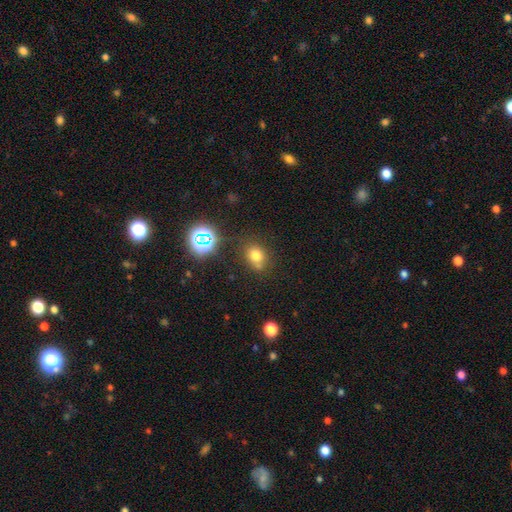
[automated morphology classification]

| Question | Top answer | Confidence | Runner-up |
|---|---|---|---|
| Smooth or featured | smooth | 70% | star or artifact (20%) |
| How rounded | round | 50% | in between (48%) |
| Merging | none | 66% | minor disturbance (18%) |